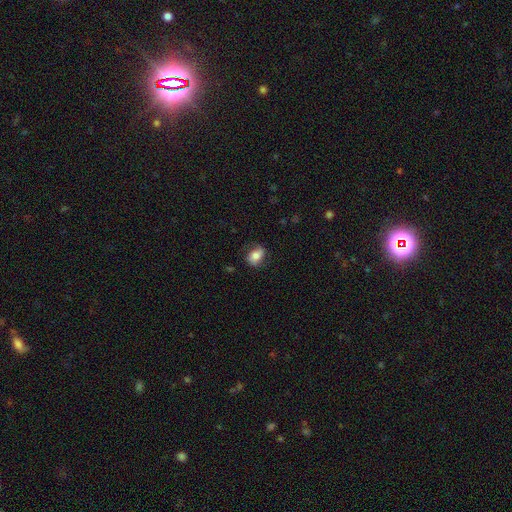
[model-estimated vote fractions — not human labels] smooth 61%, featured or disk 30%, star or artifact 8%. Down the decision tree: how rounded — in between (70%); merging — none (68%).